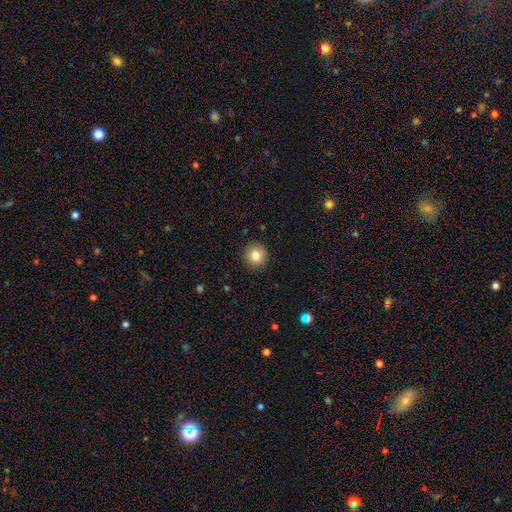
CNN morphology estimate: This appears to be a smooth galaxy with no disk features (82%) that is round (92%). Merging: none (91%).